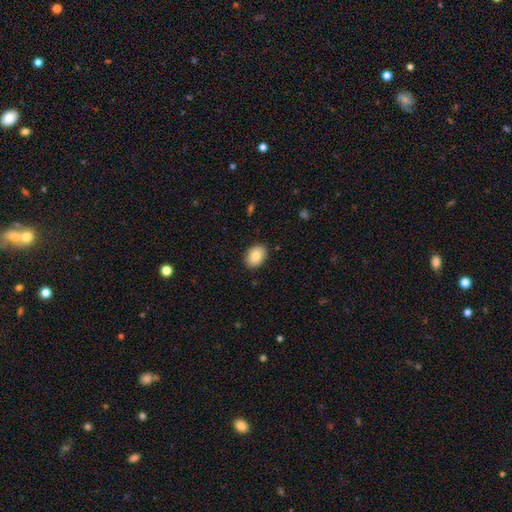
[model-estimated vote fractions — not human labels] Q: Smooth or featured?
A: smooth (83%); runner-up: featured or disk (10%)
Q: How rounded?
A: in between (67%); runner-up: round (32%)
Q: Merging?
A: none (88%); runner-up: minor disturbance (9%)